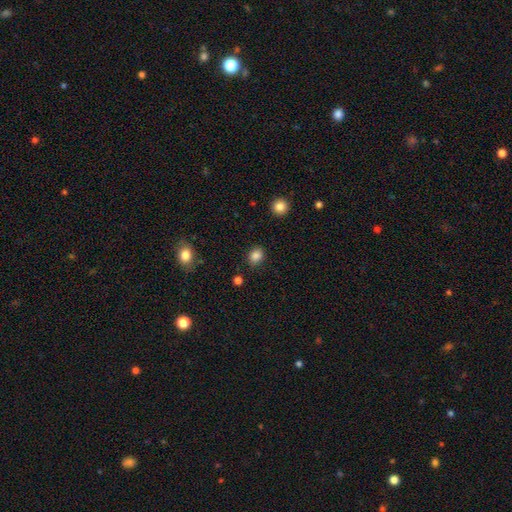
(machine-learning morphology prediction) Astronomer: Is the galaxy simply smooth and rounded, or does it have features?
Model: smooth — 85%.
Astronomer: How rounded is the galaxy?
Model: in between — 52% (runner-up: round, 47%).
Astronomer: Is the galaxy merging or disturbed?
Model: none — 85%.